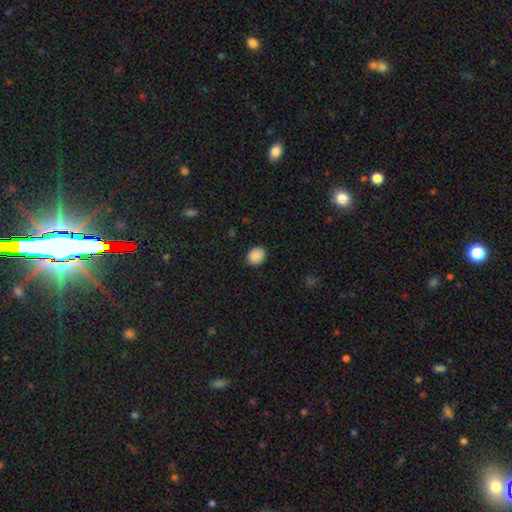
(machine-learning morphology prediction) Smooth or featured? Predicted: smooth (p=0.89). How rounded? Predicted: round (p=0.59). Merging? Predicted: none (p=0.88).